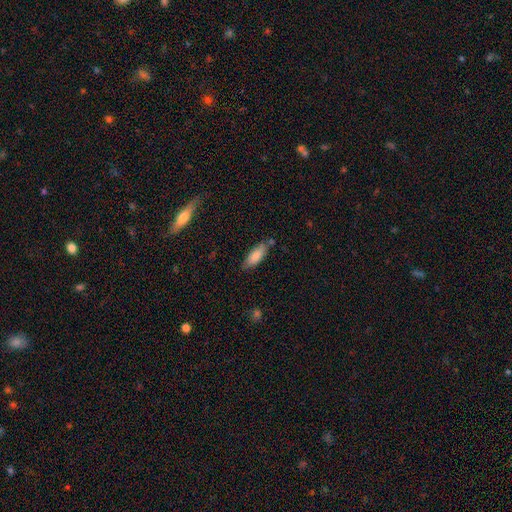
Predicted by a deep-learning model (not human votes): A smooth galaxy with no disk features (83%) that is in between round and cigar-shaped (71%).

Vote fractions:
- Smooth or featured? smooth: 83% / featured or disk: 11% / star or artifact: 6%
- How rounded? in between: 71% / cigar-shaped: 28% / round: 2%
- Merging? none: 70% / minor disturbance: 20% / merger: 6% / major disturbance: 4%